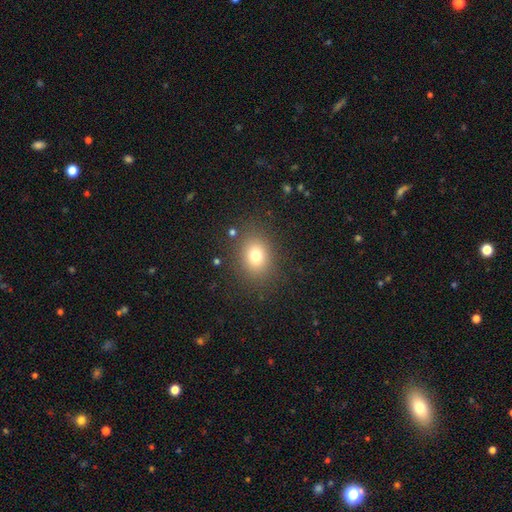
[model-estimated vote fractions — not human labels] smooth 76%, star or artifact 14%, featured or disk 10%. Down the decision tree: how rounded — round (51%); merging — none (84%).